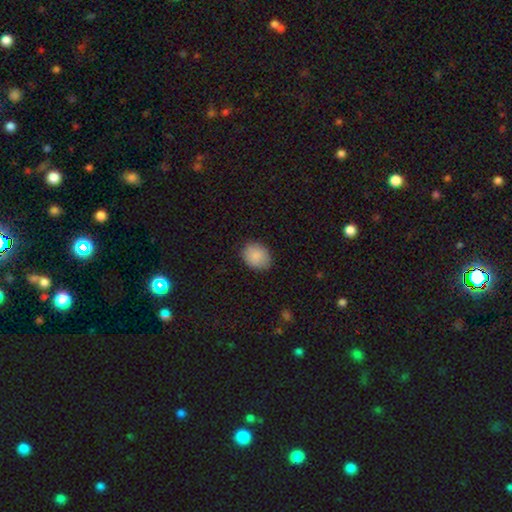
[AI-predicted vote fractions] smooth-or-featured: smooth: 88% | star or artifact: 7% | featured or disk: 4%
  how-rounded: in between: 55% | round: 44% | cigar-shaped: 1%
  merging: none: 83% | minor disturbance: 14% | major disturbance: 3% | merger: 1%